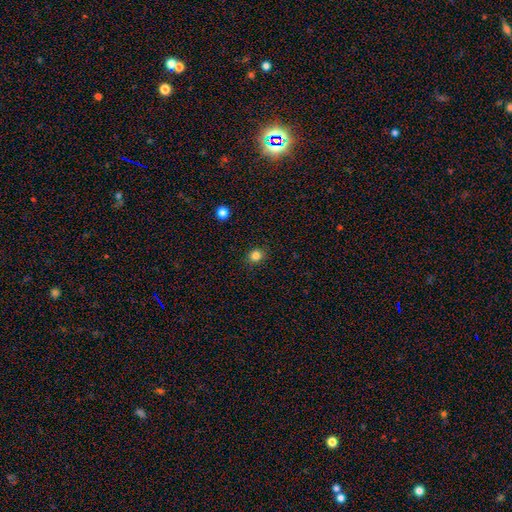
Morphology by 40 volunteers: smooth_or_featured: smooth (p=0.85) [alt: featured or disk p=0.07]
how_rounded: round (p=0.71) [alt: in between p=0.29]
merging: none (p=0.92) [alt: minor disturbance p=0.08]